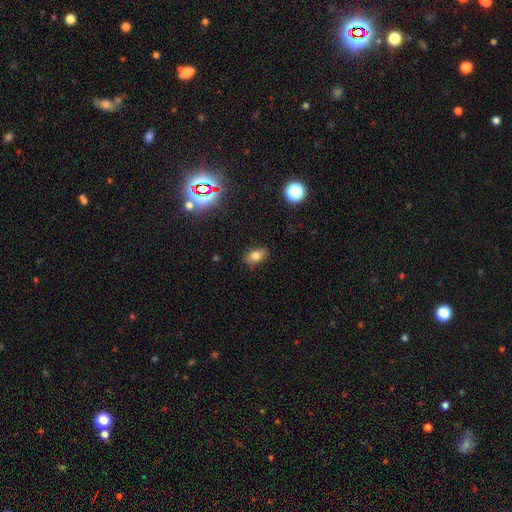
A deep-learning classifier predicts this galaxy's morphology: This is likely a smooth galaxy (77%). How rounded: clearly in between (83%). Merging: clearly none (86%).